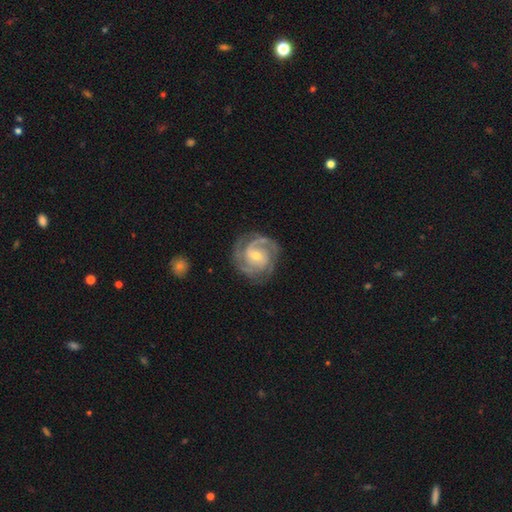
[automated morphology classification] The model was most divided on "spiral arm count": 2: 39%, 3: 37%, can't tell: 10%, 4: 6%, 1: 4%, more than 4: 4%. More confident: edge-on disk — no (98%); spiral arms — yes (98%); smooth or featured — featured or disk (91%); merging — none (79%); spiral winding — tight (57%); bulge size — small (52%); bar — no (51%).